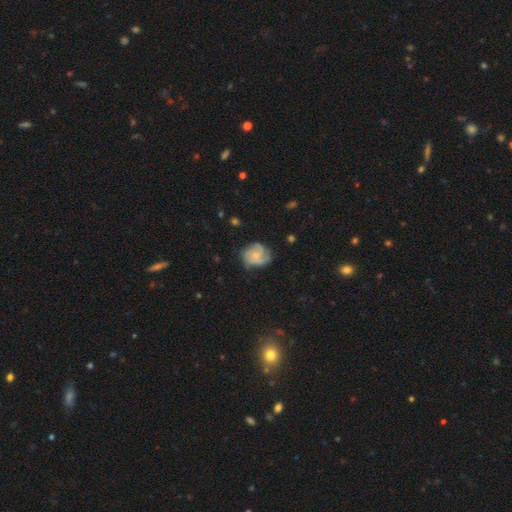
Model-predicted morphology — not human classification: The model was most divided on "spiral winding": tight: 47%, medium: 40%, loose: 13%. Remaining: edge-on disk — no (98%); spiral arms — yes (93%); bar — no (73%); smooth or featured — featured or disk (69%); merging — none (64%); bulge size — small (61%); spiral arm count — 3 (40%).